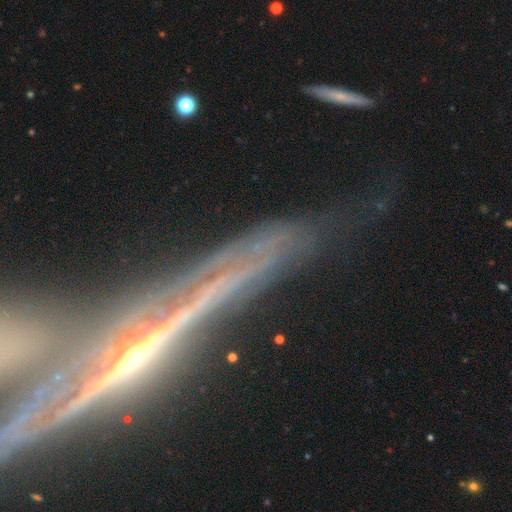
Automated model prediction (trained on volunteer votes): smooth-or-featured: featured or disk: 77% | star or artifact: 13% | smooth: 10%
  disk-edge-on: yes: 82% | no: 18%
    edge-on-bulge: rounded: 65% | none: 24% | boxy: 11%
  merging: none: 60% | minor disturbance: 18% | major disturbance: 12% | merger: 9%